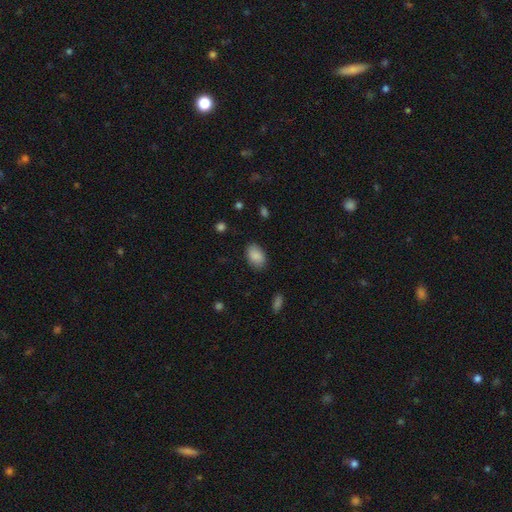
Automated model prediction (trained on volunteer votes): Smooth or featured: smooth — 88% (star or artifact — 7%)
How rounded: in between — 88% (round — 10%)
Merging: none — 84% (minor disturbance — 12%)